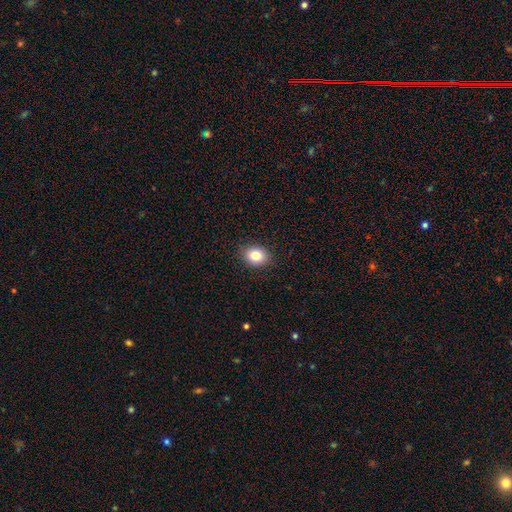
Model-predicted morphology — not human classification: Smooth or featured? Predicted: smooth (p=0.83). How rounded? Predicted: in between (p=0.53). Merging? Predicted: none (p=0.89).